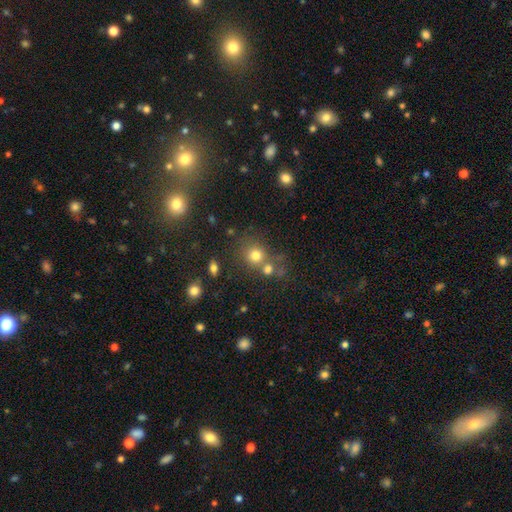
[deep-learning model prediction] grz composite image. It shows a smooth galaxy with no disk features (74%) that is round (84%). Merging: none (56%).